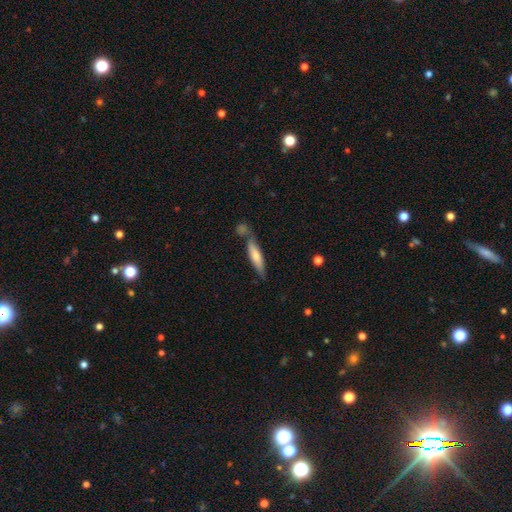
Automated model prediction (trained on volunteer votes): smooth-or-featured: smooth: 66% | featured or disk: 28% | star or artifact: 6%
  how-rounded: cigar-shaped: 79% | in between: 20% | round: 2%
  merging: none: 62% | merger: 17% | minor disturbance: 17% | major disturbance: 5%